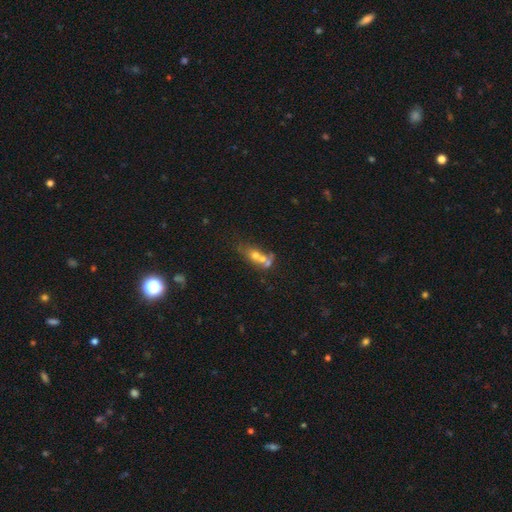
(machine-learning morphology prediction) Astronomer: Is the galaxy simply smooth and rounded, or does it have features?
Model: smooth — 51% (runner-up: featured or disk, 34%).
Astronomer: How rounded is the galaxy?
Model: in between — 56% (runner-up: round, 32%).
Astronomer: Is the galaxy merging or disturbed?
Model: merger — 53%.